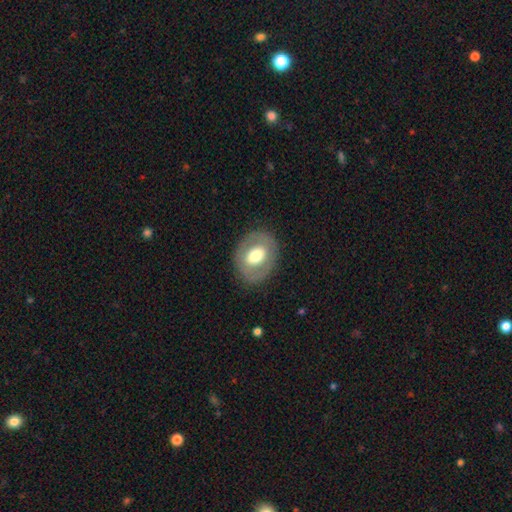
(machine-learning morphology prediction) Smooth or featured? smooth (54%)
How rounded? in between (53%)
Merging? none (83%)